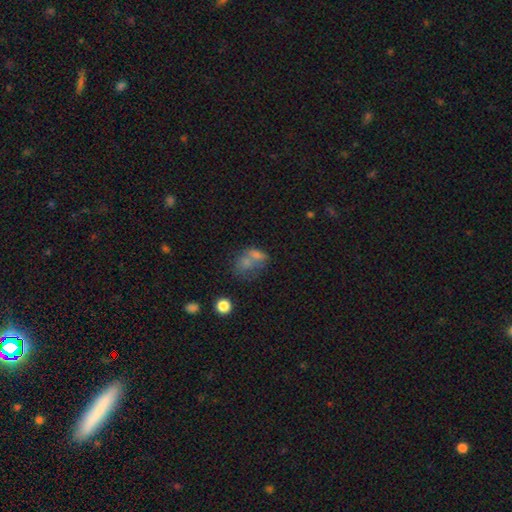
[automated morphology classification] A smooth galaxy with no disk features (63%) that is in between round and cigar-shaped (62%).

Vote fractions:
- Smooth or featured? smooth: 63% / featured or disk: 21% / star or artifact: 16%
- How rounded? in between: 62% / round: 36% / cigar-shaped: 2%
- Merging? merger: 58% / none: 23% / minor disturbance: 10% / major disturbance: 10%